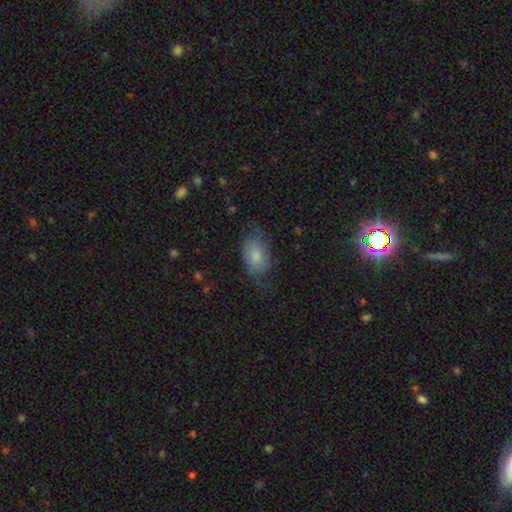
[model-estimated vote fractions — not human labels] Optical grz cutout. It shows a smooth galaxy with no disk features (68%) that is in between round and cigar-shaped (90%). Merging: none (52%).